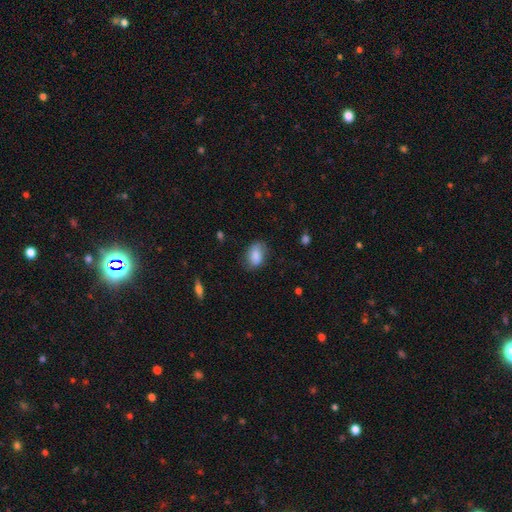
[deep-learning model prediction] This appears to be a smooth galaxy with no disk features (84%) that is in between round and cigar-shaped (84%). Merging: none (73%).